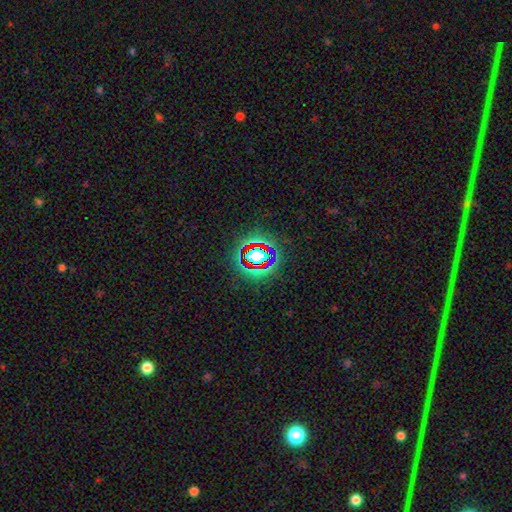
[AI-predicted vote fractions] Smooth or featured? Predicted: star or artifact (p=0.65).